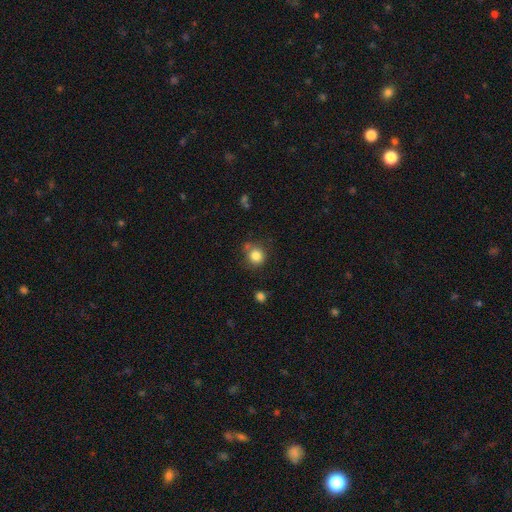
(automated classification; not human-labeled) smooth 83%, star or artifact 11%, featured or disk 6%. Down the decision tree: how rounded — round (87%); merging — none (70%).